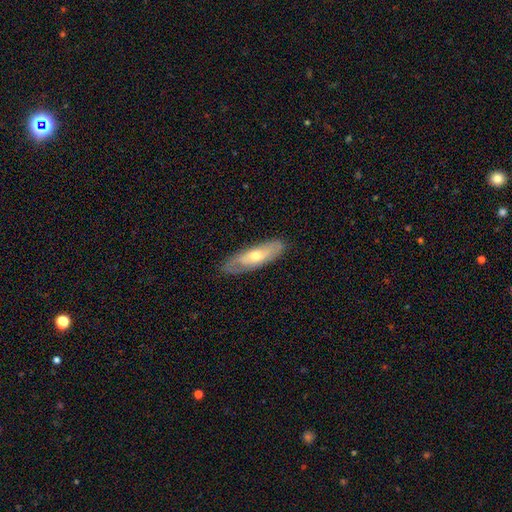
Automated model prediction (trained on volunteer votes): Morphology: type=featured or disk (53%); edge-on=no (67%); merging=none (81%).